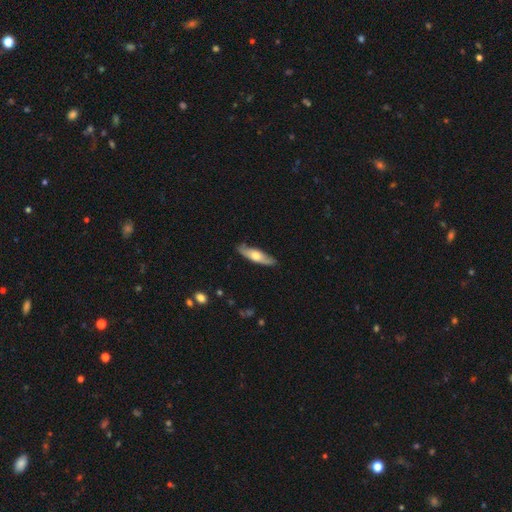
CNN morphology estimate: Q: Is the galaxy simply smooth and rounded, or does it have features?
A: smooth — 51%.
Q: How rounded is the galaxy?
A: cigar-shaped — 63%.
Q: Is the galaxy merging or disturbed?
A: none — 83%.